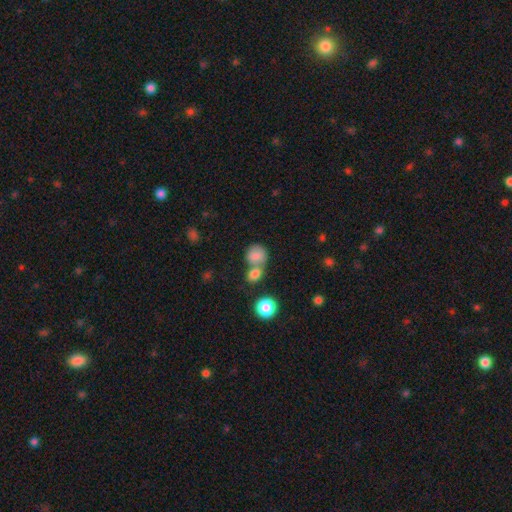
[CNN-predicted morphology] Smooth or featured? Predicted: smooth (p=0.81). How rounded? Predicted: round (p=0.75). Merging? Predicted: merger (p=0.47).